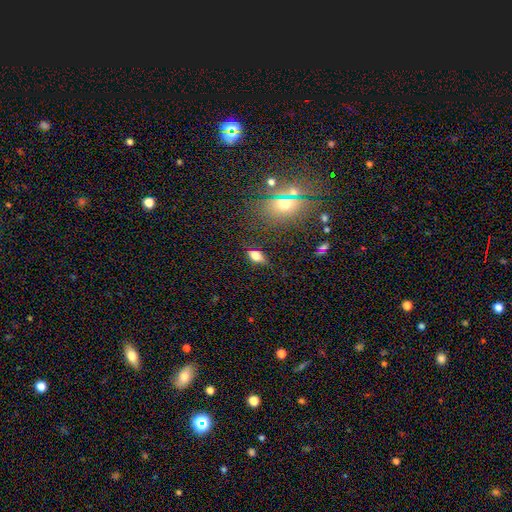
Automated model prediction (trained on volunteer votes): This appears to be a smooth galaxy with no disk features (72%) that is in between round and cigar-shaped (83%). Merging: none (77%).